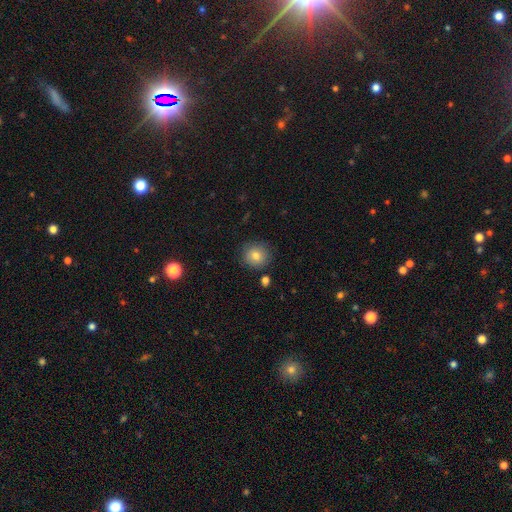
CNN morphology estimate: Smooth or featured: smooth — 79% (star or artifact — 11%)
How rounded: round — 91% (in between — 8%)
Merging: none — 86% (minor disturbance — 9%)